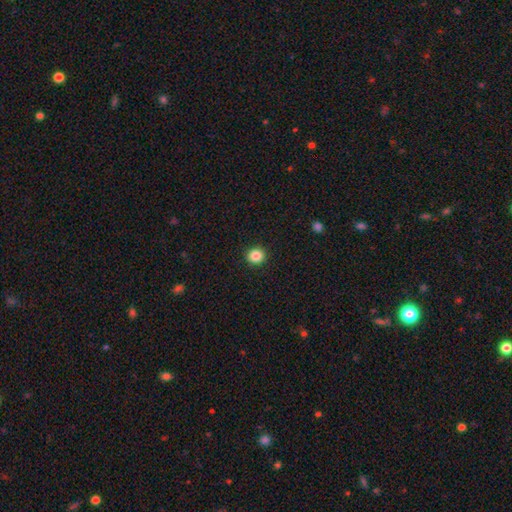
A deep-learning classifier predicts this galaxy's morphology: Smooth or featured? Predicted: smooth (p=0.86). How rounded? Predicted: round (p=0.91). Merging? Predicted: none (p=0.93).